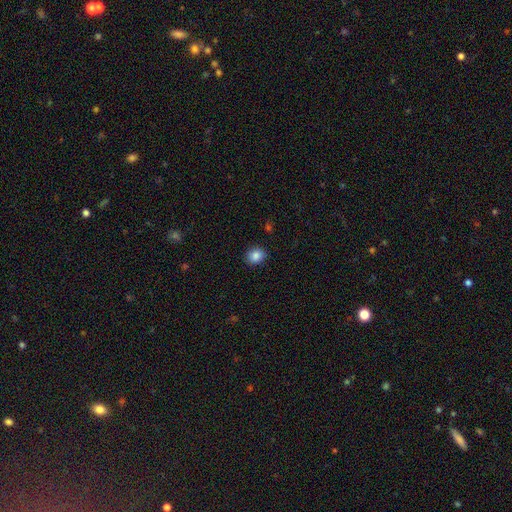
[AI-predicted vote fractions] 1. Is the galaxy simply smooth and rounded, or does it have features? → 86% smooth, 10% star or artifact, 5% featured or disk.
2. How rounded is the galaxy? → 61% round, 38% in between, 1% cigar-shaped.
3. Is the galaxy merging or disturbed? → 88% none, 9% minor disturbance, 2% major disturbance, 1% merger.